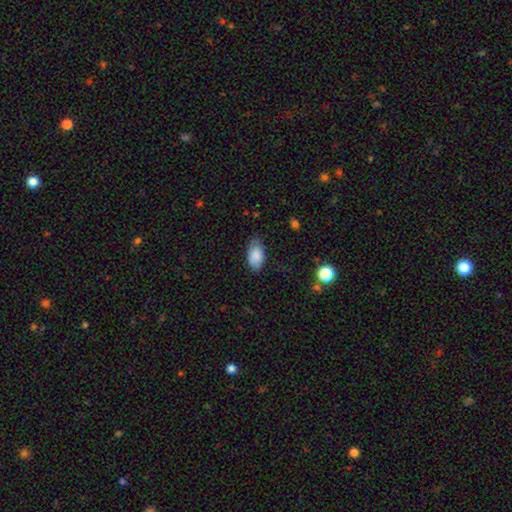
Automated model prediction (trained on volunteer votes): The model was most divided on "merging": none: 71%, minor disturbance: 23%, major disturbance: 5%, merger: 1%. More confident: how rounded — in between (94%); smooth or featured — smooth (87%).